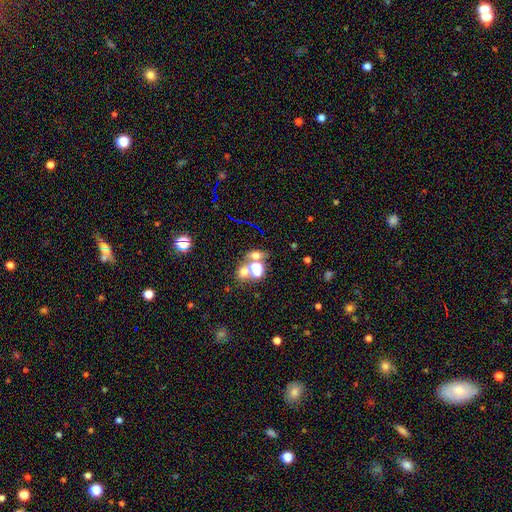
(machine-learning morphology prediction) The model was most divided on "smooth or featured": smooth: 49%, star or artifact: 35%, featured or disk: 16%. More confident: merging — none (53%).